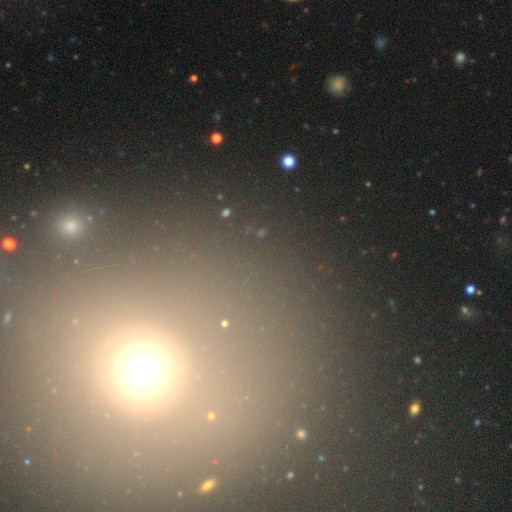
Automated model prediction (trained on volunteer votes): Smooth or featured? Predicted: star or artifact (p=0.46).